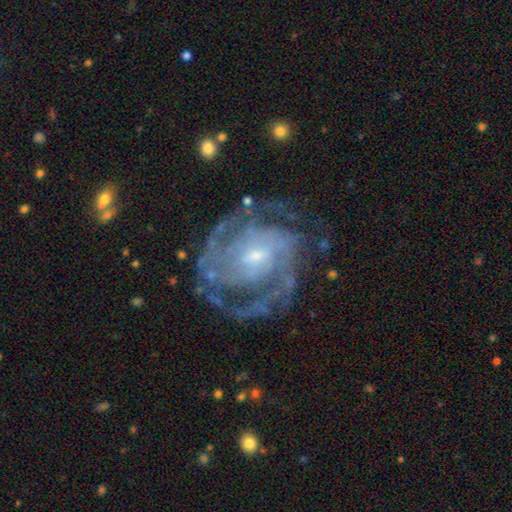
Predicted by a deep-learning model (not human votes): Morphology: type=featured or disk (91%); edge-on=no (98%); bar=weak (48%); spiral arms=yes (97%); winding=tight (53%); arm count=2 (40%); bulge=small (63%); merging=none (70%).